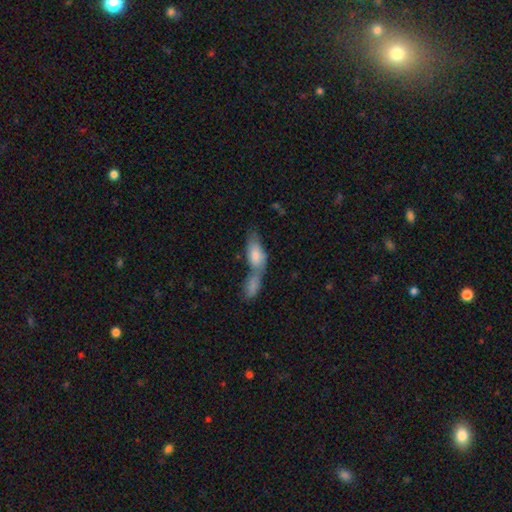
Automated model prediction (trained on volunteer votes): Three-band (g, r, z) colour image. It shows a smooth galaxy with no disk features (75%) that is in between round and cigar-shaped (83%). Merging: merger (68%).